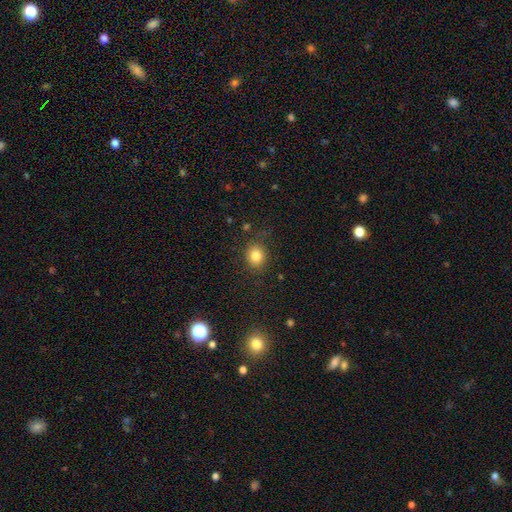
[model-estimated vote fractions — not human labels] Smooth or featured? smooth (82%)
How rounded? round (69%)
Merging? none (85%)